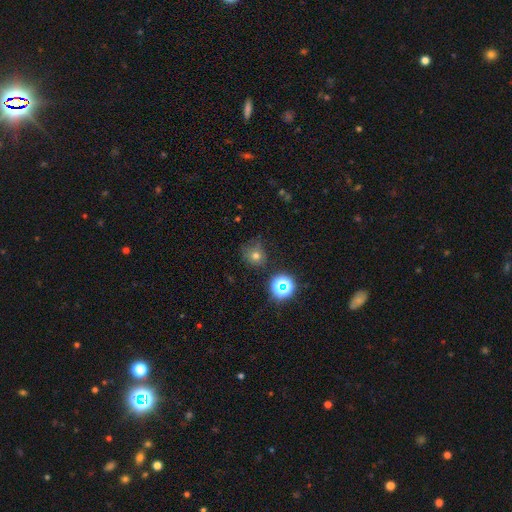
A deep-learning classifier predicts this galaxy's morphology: Smooth or featured?
  - smooth: 63% *
  - star or artifact: 25%
  - featured or disk: 12%
How rounded?
  - round: 86% *
  - in between: 13%
  - cigar-shaped: 1%
Merging?
  - none: 68% *
  - minor disturbance: 20%
  - major disturbance: 8%
  - merger: 3%